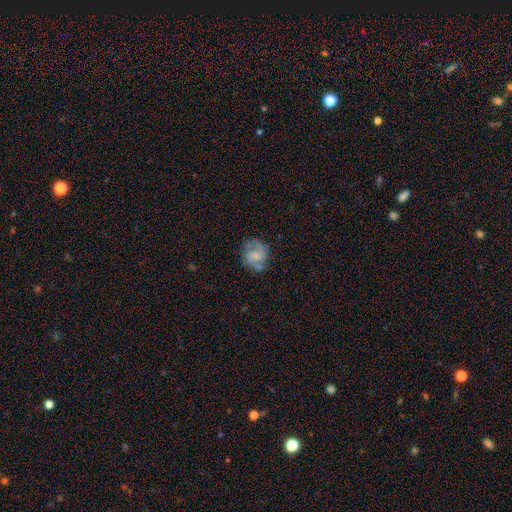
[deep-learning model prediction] A featured or disk galaxy (63%) with no bar (60%), 2 (72%) medium (49%) spiral arms (89%) and a small central bulge (46%).

Vote fractions:
- Smooth or featured? featured or disk: 63% / smooth: 29% / star or artifact: 8%
- Edge-on disk? no: 98% / yes: 2%
- Bar? no: 60% / weak: 34% / strong: 6%
- Spiral arms? yes: 89% / no: 11%
- Spiral winding? medium: 49% / tight: 29% / loose: 22%
- Spiral arm count? 2: 72% / can't tell: 13% / 3: 8% / 1: 4% / 4: 2% / more than 4: 2%
- Bulge size? small: 46% / moderate: 29% / none: 20% / large: 4% / dominant: 1%
- Merging? none: 65% / minor disturbance: 21% / major disturbance: 10% / merger: 4%